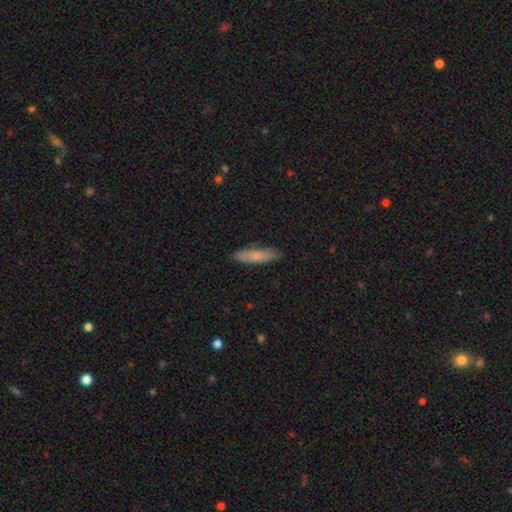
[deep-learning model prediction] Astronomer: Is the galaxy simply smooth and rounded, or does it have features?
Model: smooth — 78%.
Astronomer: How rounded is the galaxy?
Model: cigar-shaped — 74%.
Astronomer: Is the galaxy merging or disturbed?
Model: none — 87%.